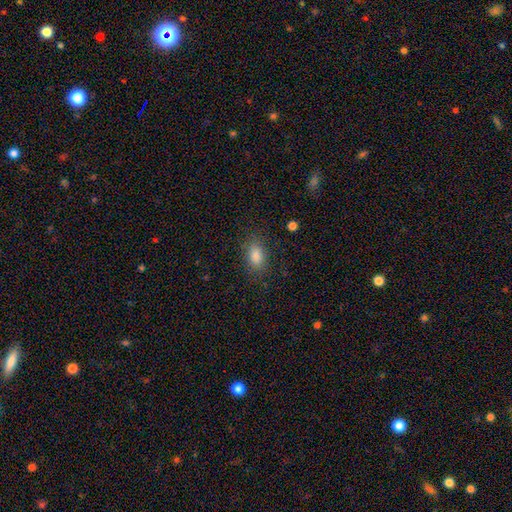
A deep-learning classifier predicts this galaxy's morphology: type=smooth (85%); roundness=in between (87%); merging=none (84%).